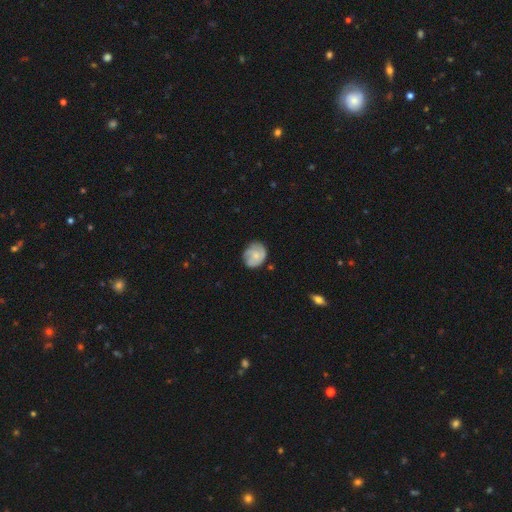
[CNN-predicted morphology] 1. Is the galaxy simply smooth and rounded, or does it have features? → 53% smooth, 40% featured or disk, 7% star or artifact.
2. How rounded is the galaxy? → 62% round, 37% in between, 1% cigar-shaped.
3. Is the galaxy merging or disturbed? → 67% none, 25% minor disturbance, 6% major disturbance, 2% merger.